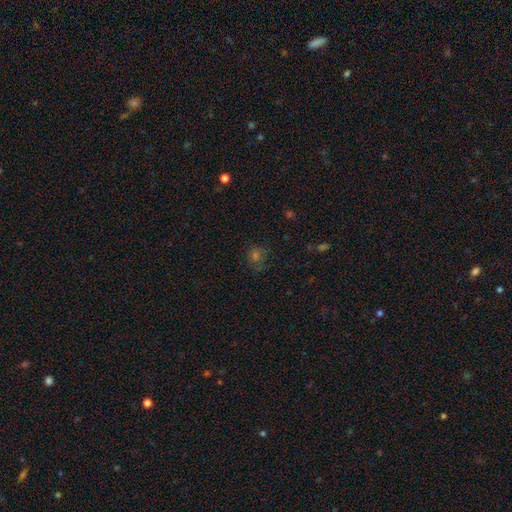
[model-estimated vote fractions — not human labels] Q: Smooth or featured?
A: smooth (50%); runner-up: star or artifact (37%)
Q: Merging?
A: none (73%); runner-up: minor disturbance (16%)